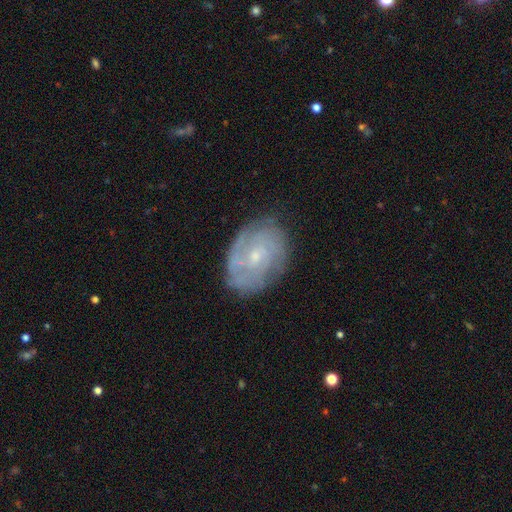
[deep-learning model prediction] Smooth or featured? Predicted: featured or disk (p=0.73). Edge-on disk? Predicted: no (p=0.96). Bar? Predicted: no (p=0.64). Spiral arms? Predicted: yes (p=0.85). Spiral winding? Predicted: tight (p=0.58). Spiral arm count? Predicted: can't tell (p=0.46). Bulge size? Predicted: small (p=0.71). Merging? Predicted: none (p=0.75).